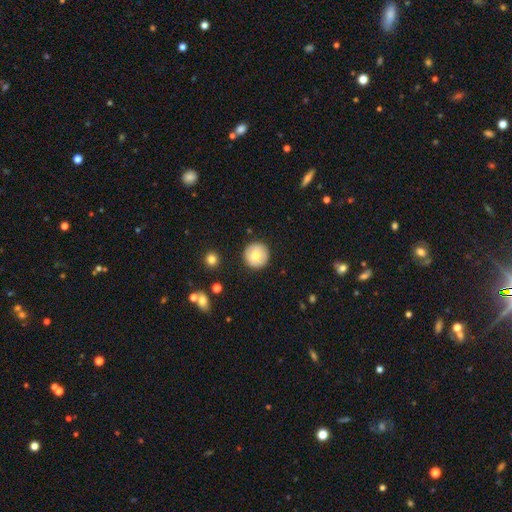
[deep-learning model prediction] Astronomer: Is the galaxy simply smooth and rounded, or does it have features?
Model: smooth — 75%.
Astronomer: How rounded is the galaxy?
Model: round — 96%.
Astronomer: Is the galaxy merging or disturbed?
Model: none — 89%.